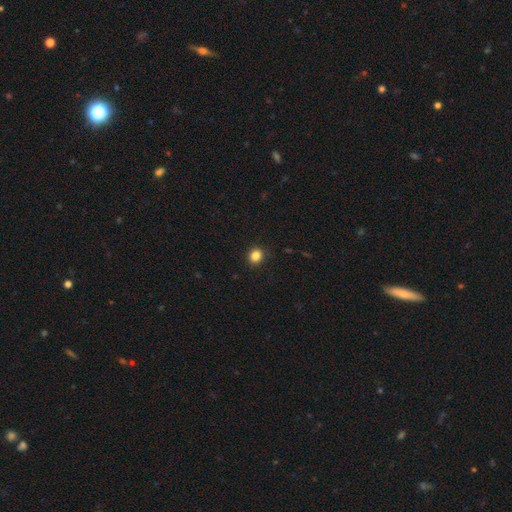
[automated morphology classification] smooth_or_featured: smooth (p=0.85) [alt: star or artifact p=0.11]
how_rounded: round (p=0.77) [alt: in between p=0.22]
merging: none (p=0.91) [alt: minor disturbance p=0.06]